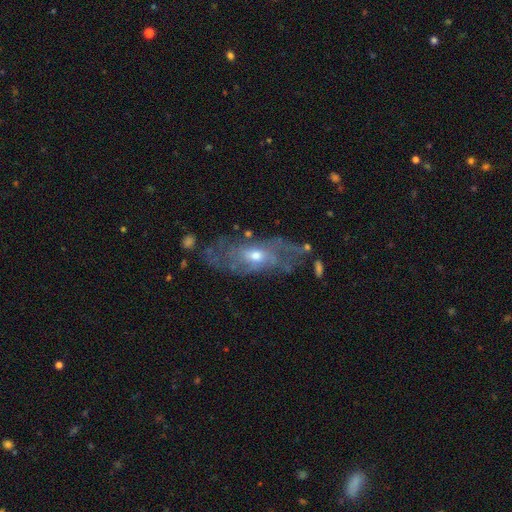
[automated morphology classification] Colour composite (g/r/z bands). It shows a featured or disk galaxy (72%) with no bar (70%), spiral arms (69%) and a moderate central bulge (59%). Merging: none (56%).